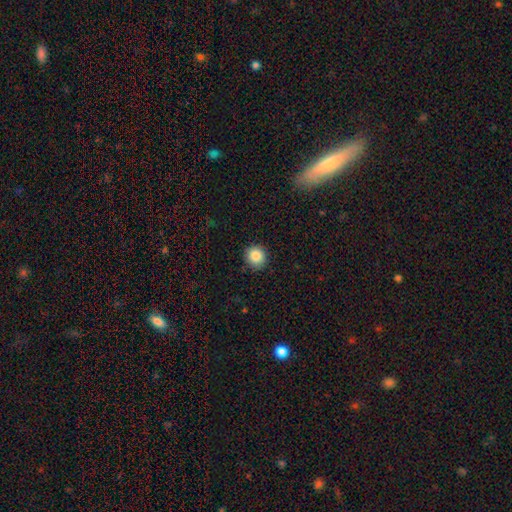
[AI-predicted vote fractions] Smooth or featured?
  - smooth: 86% *
  - star or artifact: 9%
  - featured or disk: 4%
How rounded?
  - round: 91% *
  - in between: 8%
  - cigar-shaped: 1%
Merging?
  - none: 91% *
  - minor disturbance: 7%
  - major disturbance: 2%
  - merger: 1%